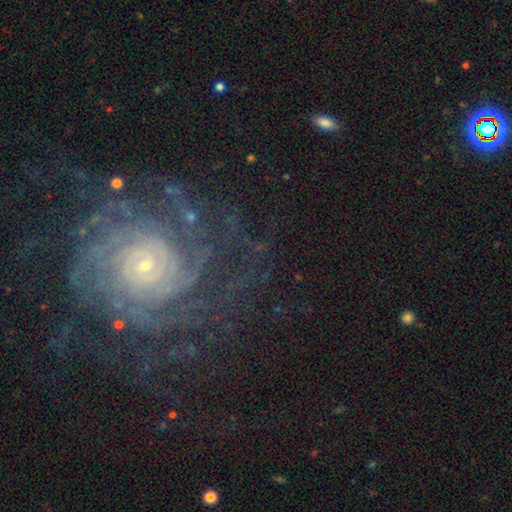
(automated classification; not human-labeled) featured or disk 83%, star or artifact 10%, smooth 7%. Down the decision tree: edge-on disk — no (97%); bar — no (79%); spiral arms — yes (97%); spiral arm count — more than 4 (26%, tied with can't tell); spiral winding — tight (78%); bulge size — small (81%); merging — none (78%).